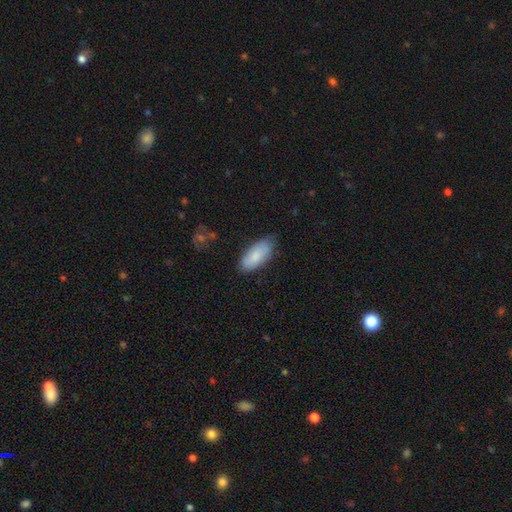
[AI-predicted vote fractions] A smooth galaxy with no disk features (83%) that is in between round and cigar-shaped (87%).

Vote fractions:
- Smooth or featured? smooth: 83% / featured or disk: 11% / star or artifact: 6%
- How rounded? in between: 87% / cigar-shaped: 11% / round: 2%
- Merging? none: 76% / minor disturbance: 19% / major disturbance: 3% / merger: 1%